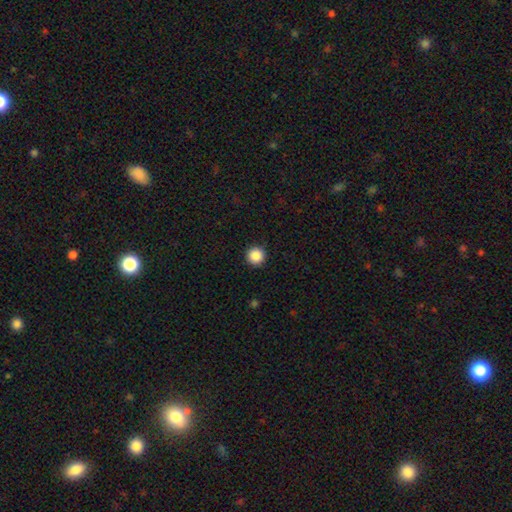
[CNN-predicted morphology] smooth_or_featured: smooth (p=0.87) [alt: star or artifact p=0.10]
how_rounded: round (p=0.96) [alt: in between p=0.03]
merging: none (p=0.93) [alt: minor disturbance p=0.05]